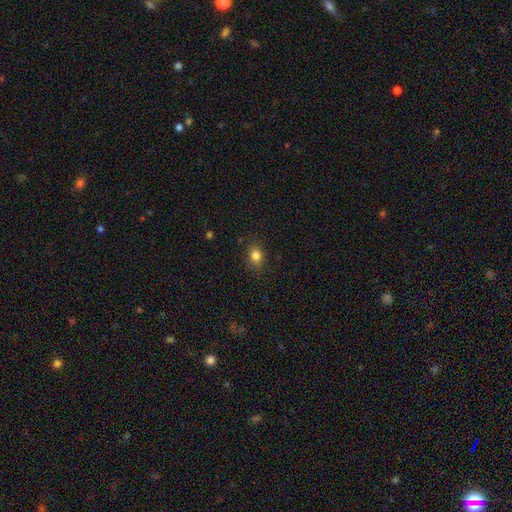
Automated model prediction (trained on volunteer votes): smooth-or-featured: smooth: 82% | star or artifact: 12% | featured or disk: 6%
  how-rounded: in between: 50% | round: 48% | cigar-shaped: 1%
  merging: none: 84% | minor disturbance: 12% | major disturbance: 3% | merger: 1%